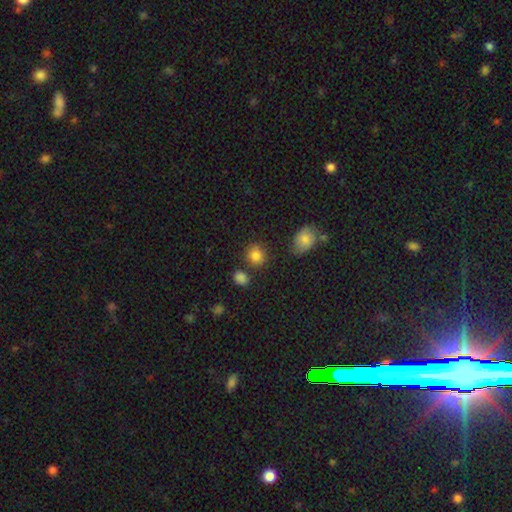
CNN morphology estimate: Q: Smooth or featured?
A: smooth (84%); runner-up: star or artifact (11%)
Q: How rounded?
A: round (77%); runner-up: in between (22%)
Q: Merging?
A: none (77%); runner-up: minor disturbance (12%)